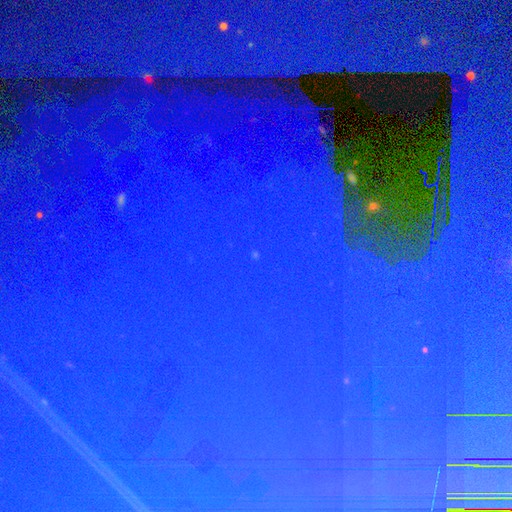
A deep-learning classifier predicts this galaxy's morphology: Overall: star or artifact (80%).